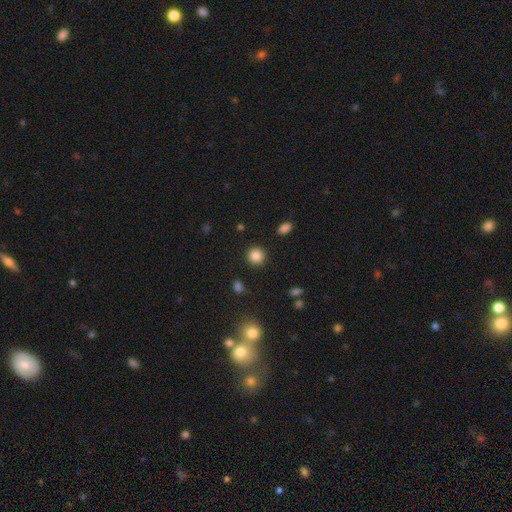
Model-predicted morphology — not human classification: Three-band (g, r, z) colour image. It shows a smooth galaxy with no disk features (86%) that is round (92%). Merging: none (90%).